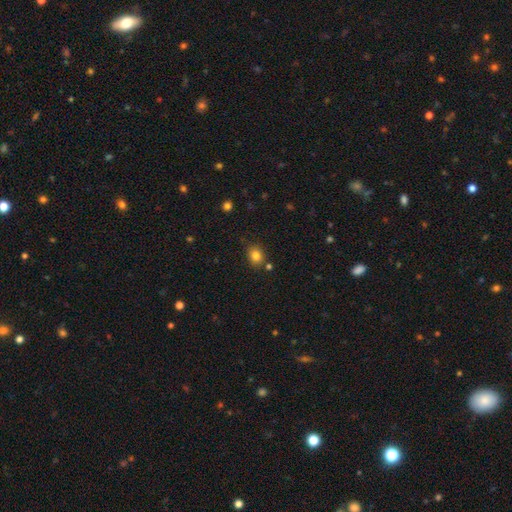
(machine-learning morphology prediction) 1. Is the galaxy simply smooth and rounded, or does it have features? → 82% smooth, 12% star or artifact, 6% featured or disk.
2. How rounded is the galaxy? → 59% round, 40% in between, 1% cigar-shaped.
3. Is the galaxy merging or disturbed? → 80% none, 12% minor disturbance, 6% merger, 3% major disturbance.